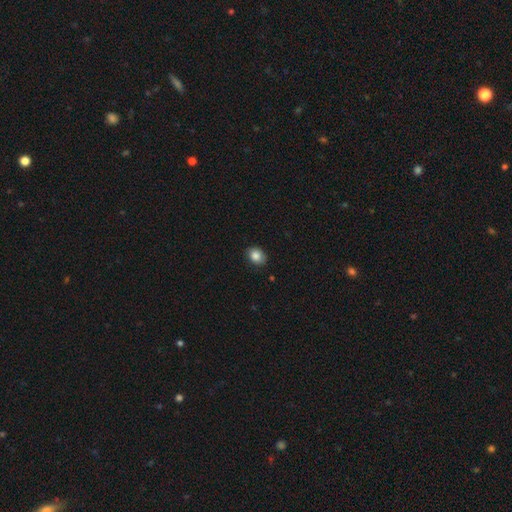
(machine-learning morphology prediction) Overall: smooth (86%). How rounded: in between (60%; round 39%). Merging: none (84%).